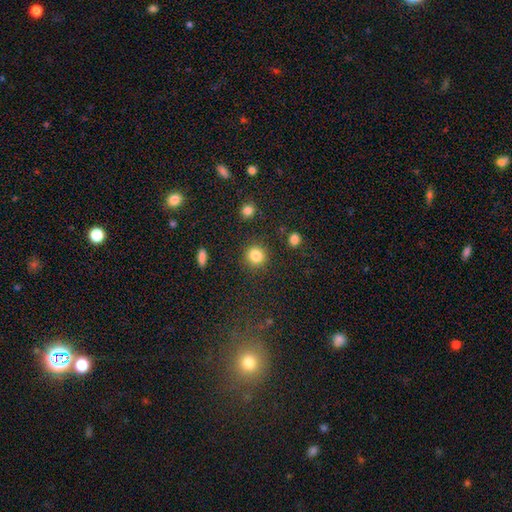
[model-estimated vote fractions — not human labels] Smooth or featured? Predicted: smooth (p=0.84). How rounded? Predicted: round (p=0.89). Merging? Predicted: none (p=0.87).